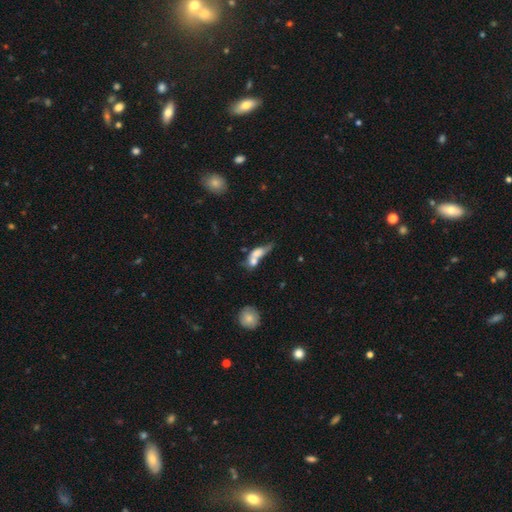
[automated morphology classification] Overall: smooth (57%; featured or disk 32%). How rounded: in between (61%; cigar-shaped 23%). Merging: merger (62%).